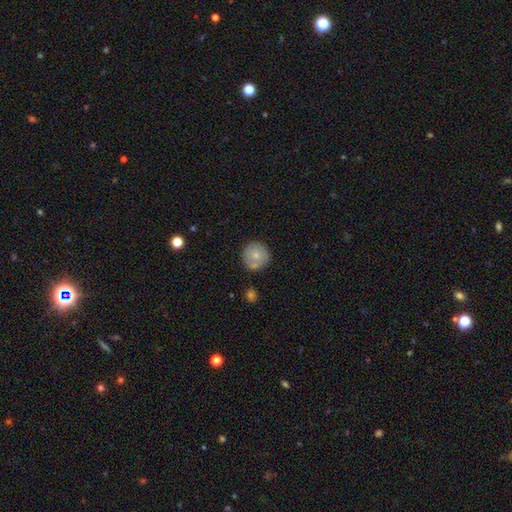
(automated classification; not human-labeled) Smooth or featured?
  - smooth: 73% *
  - featured or disk: 19%
  - star or artifact: 8%
How rounded?
  - round: 95% *
  - in between: 4%
  - cigar-shaped: 1%
Merging?
  - none: 78% *
  - minor disturbance: 12%
  - merger: 7%
  - major disturbance: 3%